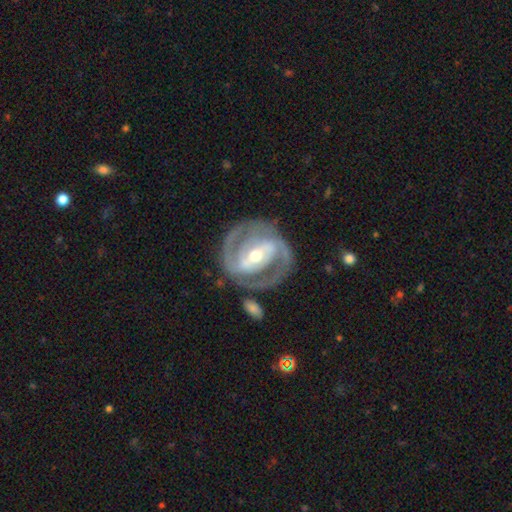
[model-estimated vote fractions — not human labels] Morphology: type=featured or disk (90%); edge-on=no (97%); bar=strong (60%); spiral arms=yes (95%); winding=tight (53%); arm count=2 (87%); bulge=moderate (57%); merging=none (79%).